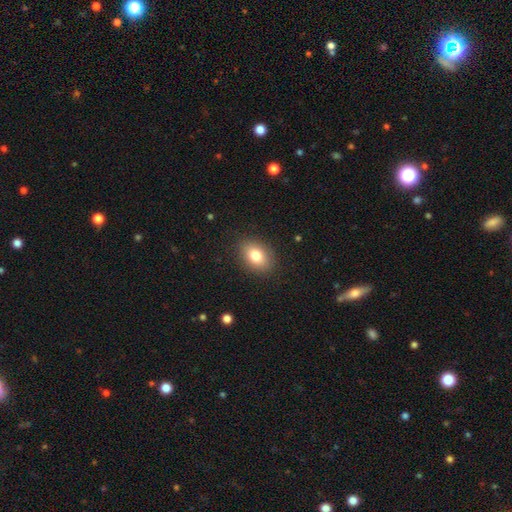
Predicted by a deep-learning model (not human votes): The model was most divided on "how rounded": in between: 79%, round: 20%, cigar-shaped: 1%. More confident: merging — none (87%); smooth or featured — smooth (81%).